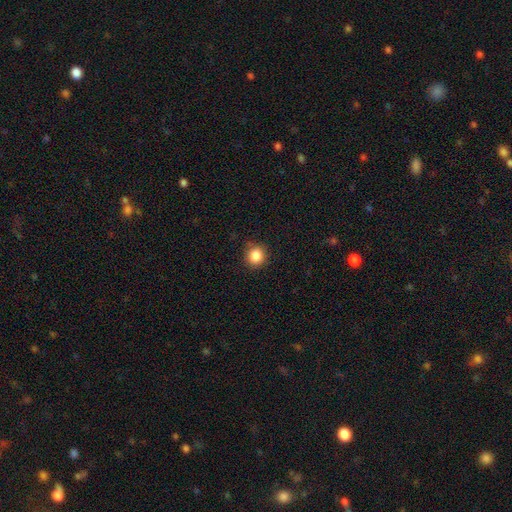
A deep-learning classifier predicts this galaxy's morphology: type=smooth (86%); roundness=round (88%); merging=none (87%).